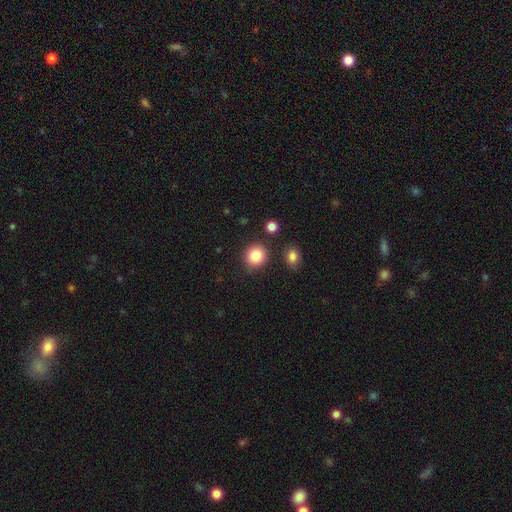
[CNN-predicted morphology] Overall: smooth (85%). How rounded: round (88%). Merging: none (85%).